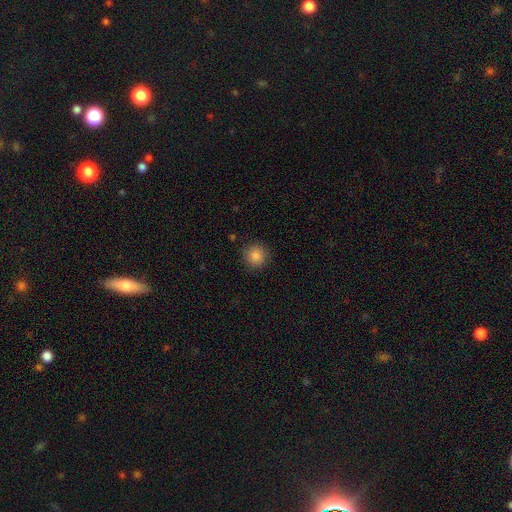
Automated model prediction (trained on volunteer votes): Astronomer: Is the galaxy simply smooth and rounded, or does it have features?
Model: smooth — 86%.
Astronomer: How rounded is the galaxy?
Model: round — 94%.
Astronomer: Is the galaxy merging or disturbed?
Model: none — 90%.